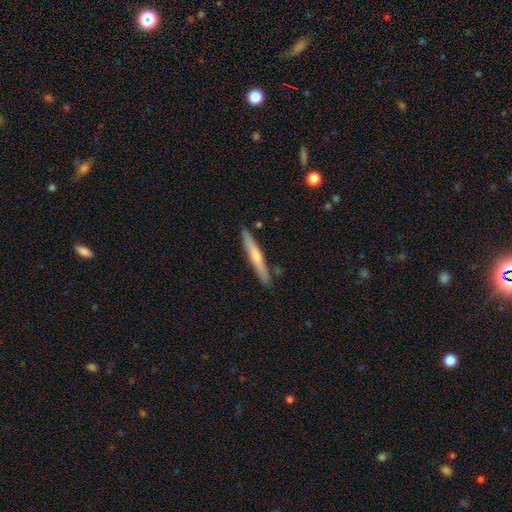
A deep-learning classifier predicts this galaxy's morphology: Q: Smooth or featured?
A: smooth (47%); tied with: featured or disk (47%)
Q: Merging?
A: none (87%); runner-up: minor disturbance (9%)